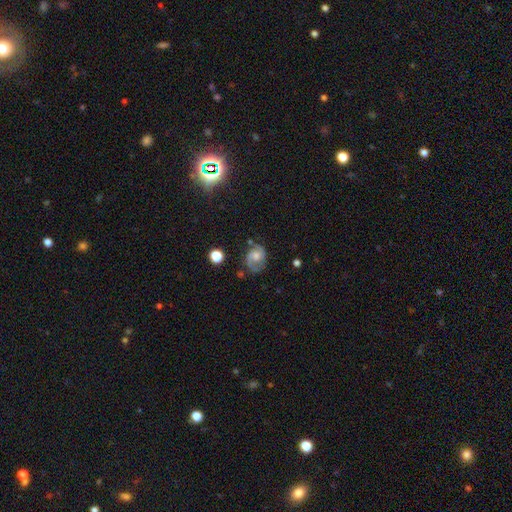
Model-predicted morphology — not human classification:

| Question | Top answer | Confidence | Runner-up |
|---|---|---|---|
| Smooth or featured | featured or disk | 67% | smooth (25%) |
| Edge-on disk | no | 97% | yes (3%) |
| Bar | no | 62% | weak (33%) |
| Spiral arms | yes | 89% | no (11%) |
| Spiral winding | medium | 49% | tight (31%) |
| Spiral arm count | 2 | 77% | 1 (12%) |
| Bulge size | moderate | 53% | small (24%) |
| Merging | none | 66% | minor disturbance (22%) |